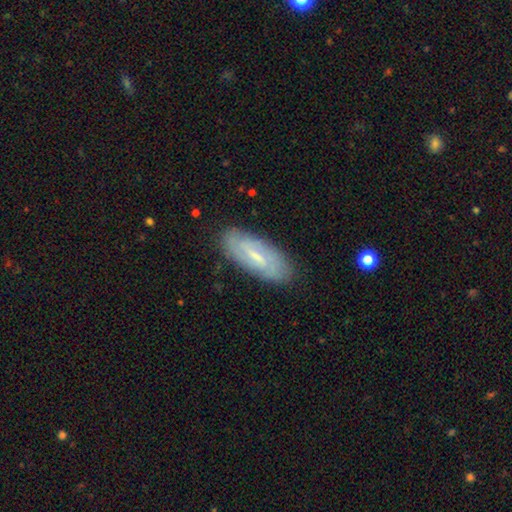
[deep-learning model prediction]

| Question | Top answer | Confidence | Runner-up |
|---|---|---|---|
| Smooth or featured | featured or disk | 58% | smooth (35%) |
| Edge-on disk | no | 85% | yes (15%) |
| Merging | none | 83% | minor disturbance (12%) |